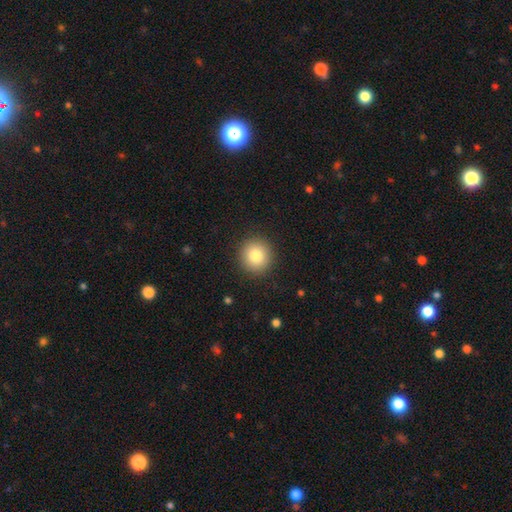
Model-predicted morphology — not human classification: Smooth or featured? smooth (83%)
How rounded? round (93%)
Merging? none (91%)